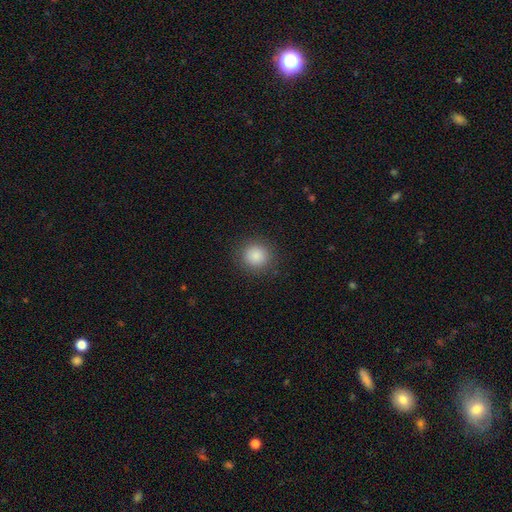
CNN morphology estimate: smooth_or_featured: smooth (p=0.87) [alt: star or artifact p=0.10]
how_rounded: round (p=0.92) [alt: in between p=0.07]
merging: none (p=0.90) [alt: minor disturbance p=0.06]